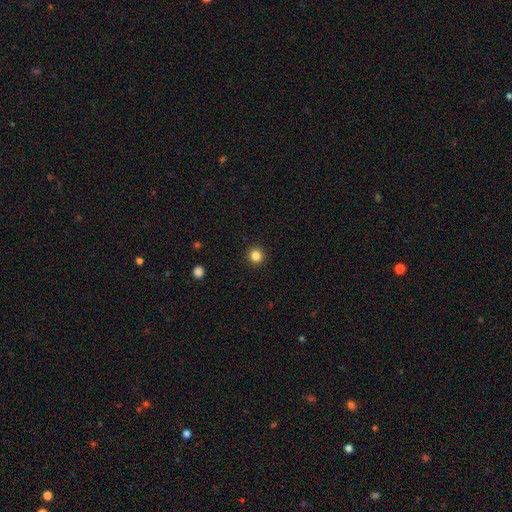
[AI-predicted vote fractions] smooth-or-featured: smooth: 84% | star or artifact: 12% | featured or disk: 4%
  how-rounded: round: 93% | in between: 6% | cigar-shaped: 1%
  merging: none: 93% | minor disturbance: 5% | major disturbance: 2% | merger: 1%